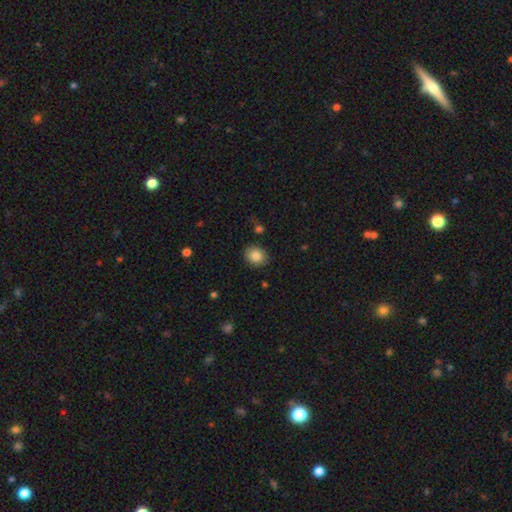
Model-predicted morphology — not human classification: The model was most divided on "how rounded": round: 65%, in between: 34%, cigar-shaped: 1%. More confident: merging — none (87%); smooth or featured — smooth (85%).